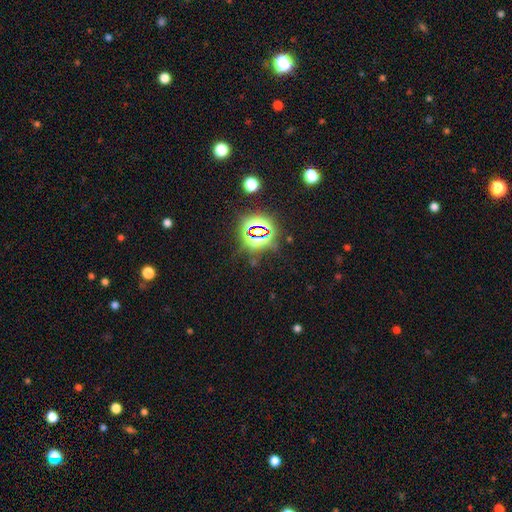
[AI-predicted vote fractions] Smooth or featured? star or artifact (82%)